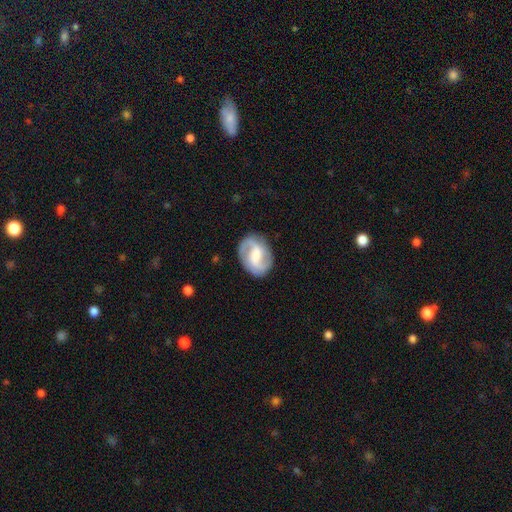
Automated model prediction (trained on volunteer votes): The model was most divided on "bulge size": moderate: 37%, small: 22%, large: 22%, none: 16%, dominant: 3%. Remaining: edge-on disk — no (98%); spiral arms — yes (96%); spiral arm count — 2 (89%); merging — none (83%); smooth or featured — featured or disk (82%); bar — weak (50%); spiral winding — medium (49%).